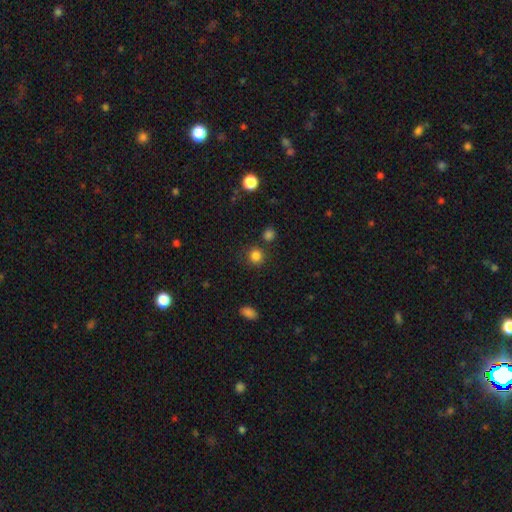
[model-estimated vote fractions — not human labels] Smooth or featured: smooth — 82% (star or artifact — 14%)
How rounded: round — 88% (in between — 11%)
Merging: none — 80% (minor disturbance — 10%)